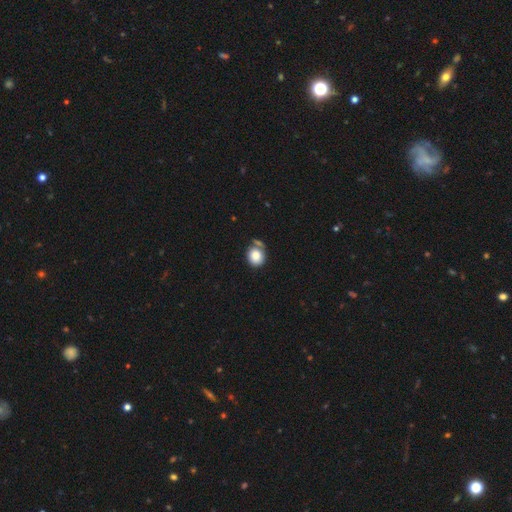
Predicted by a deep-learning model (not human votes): A smooth galaxy with no disk features (85%) that is round (72%).

Vote fractions:
- Smooth or featured? smooth: 85% / star or artifact: 8% / featured or disk: 7%
- How rounded? round: 72% / in between: 27% / cigar-shaped: 1%
- Merging? none: 57% / merger: 19% / minor disturbance: 17% / major disturbance: 6%